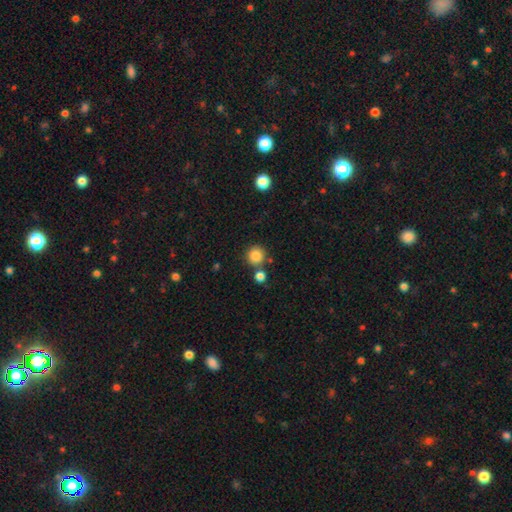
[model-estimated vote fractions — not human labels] The model was most divided on "merging": none: 77%, merger: 13%, minor disturbance: 8%, major disturbance: 3%. More confident: how rounded — round (93%); smooth or featured — smooth (85%).